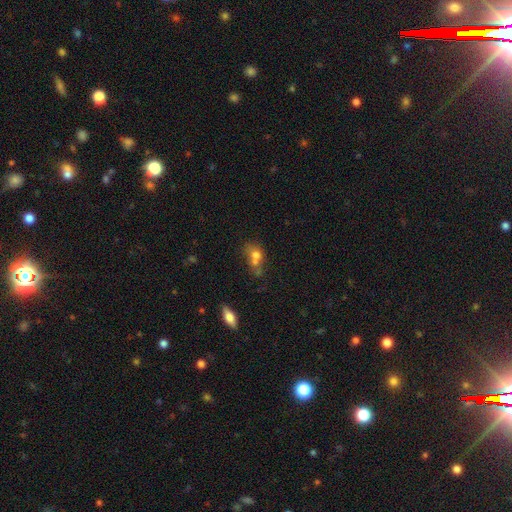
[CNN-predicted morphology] Overall: smooth (68%). How rounded: round (52%; in between 46%). Merging: merger (54%; none 26%).